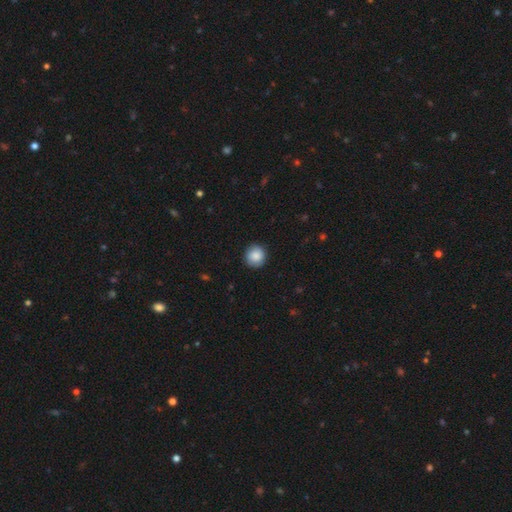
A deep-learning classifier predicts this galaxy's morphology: Overall: smooth (87%). How rounded: round (92%). Merging: none (89%).